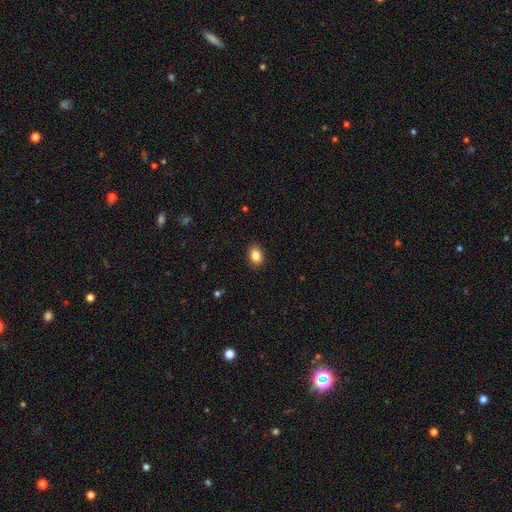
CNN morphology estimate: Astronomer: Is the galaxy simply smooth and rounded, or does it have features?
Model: smooth — 85%.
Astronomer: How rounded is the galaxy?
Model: in between — 74%.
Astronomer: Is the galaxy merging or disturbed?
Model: none — 89%.